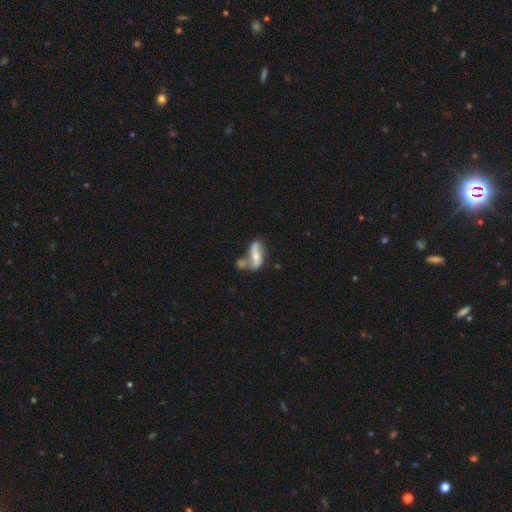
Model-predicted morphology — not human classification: A featured or disk galaxy (65%) with no bar (43%), spiral arms (79%) and a moderate central bulge (47%).

Vote fractions:
- Smooth or featured? featured or disk: 65% / smooth: 28% / star or artifact: 7%
- Edge-on disk? no: 89% / yes: 11%
- Bar? no: 43% / weak: 29% / strong: 28%
- Spiral arms? yes: 79% / no: 21%
- Bulge size? moderate: 47% / small: 44% / none: 5% / large: 3% / dominant: 1%
- Merging? none: 36% (tied) / merger: 36% (tied) / minor disturbance: 17% / major disturbance: 10%